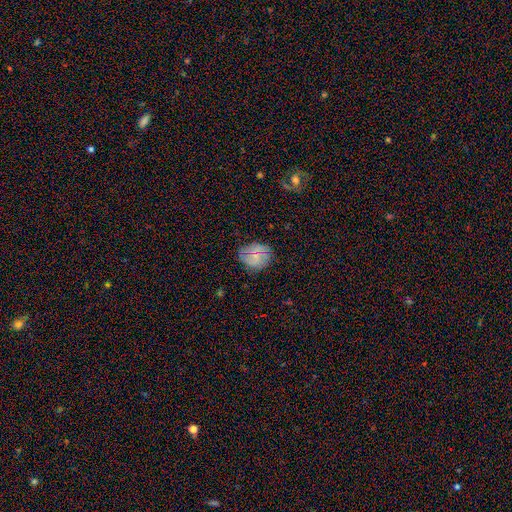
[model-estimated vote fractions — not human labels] The model was most divided on "smooth or featured": smooth: 60%, featured or disk: 28%, star or artifact: 12%. More confident: merging — none (75%); how rounded — round (71%).